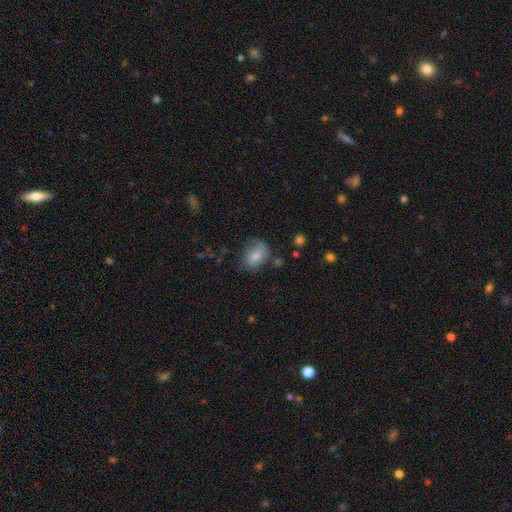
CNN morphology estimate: The model was most divided on "merging": none: 60%, minor disturbance: 27%, major disturbance: 10%, merger: 3%. More confident: how rounded — in between (71%); smooth or featured — smooth (71%).